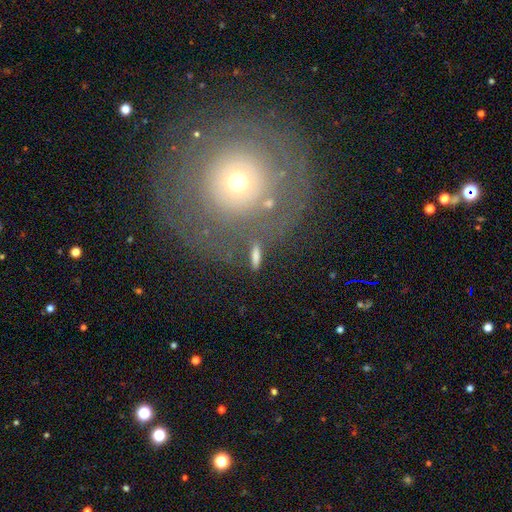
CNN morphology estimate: Smooth or featured? smooth (71%)
How rounded? cigar-shaped (69%)
Merging? none (78%)